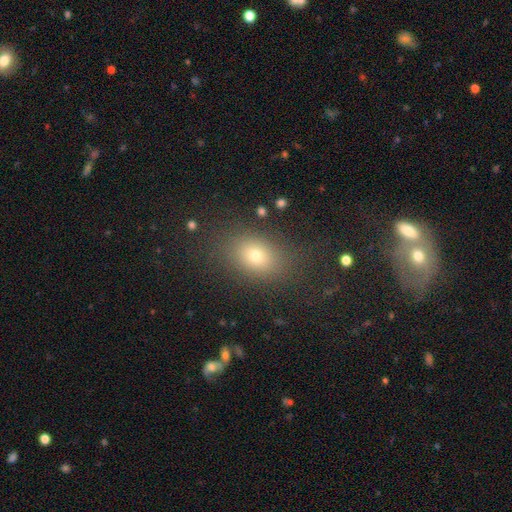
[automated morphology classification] A smooth galaxy with no disk features (68%) that is in between round and cigar-shaped (64%). Merging: none (82%).